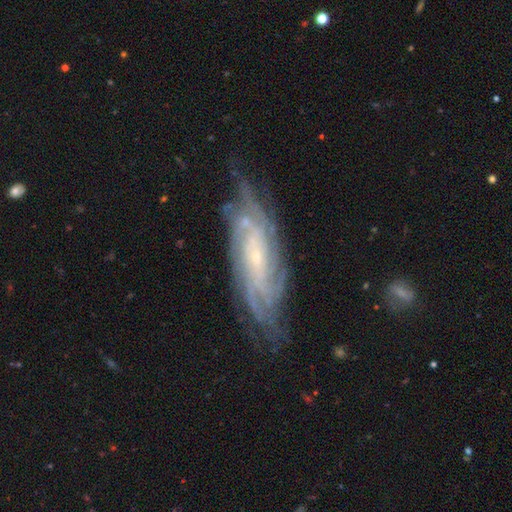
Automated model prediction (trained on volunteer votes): Q: Smooth or featured?
A: featured or disk (88%); runner-up: smooth (6%)
Q: Edge-on disk?
A: no (90%); runner-up: yes (10%)
Q: Bar?
A: no (59%); runner-up: weak (30%)
Q: Spiral arms?
A: yes (97%); runner-up: no (3%)
Q: Spiral winding?
A: tight (69%); runner-up: medium (25%)
Q: Spiral arm count?
A: can't tell (31%); runner-up: 4 (26%)
Q: Bulge size?
A: small (81%); runner-up: moderate (14%)
Q: Merging?
A: none (73%); runner-up: minor disturbance (19%)